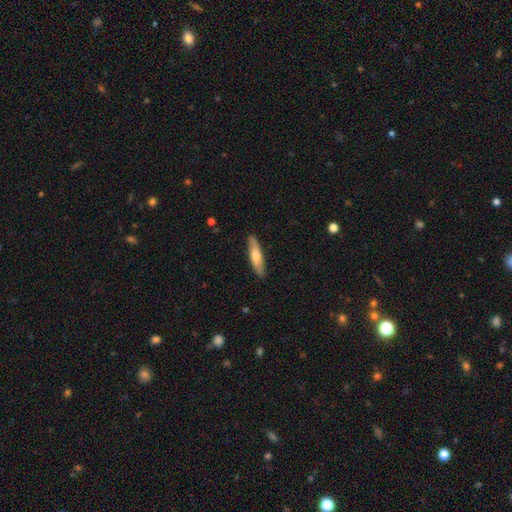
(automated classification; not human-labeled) Smooth or featured?
  - smooth: 60% *
  - featured or disk: 35%
  - star or artifact: 5%
How rounded?
  - cigar-shaped: 76% *
  - in between: 22%
  - round: 2%
Merging?
  - none: 87% *
  - minor disturbance: 10%
  - major disturbance: 2%
  - merger: 1%